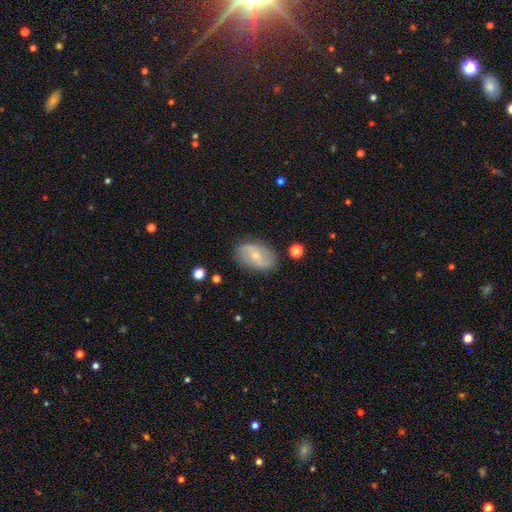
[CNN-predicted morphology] Smooth or featured? featured or disk (65%)
Edge-on disk? no (96%)
Bar? no (49%)
Spiral arms? yes (86%)
Spiral winding? medium (40%, tied with loose)
Spiral arm count? 2 (86%)
Bulge size? small (66%)
Merging? none (81%)